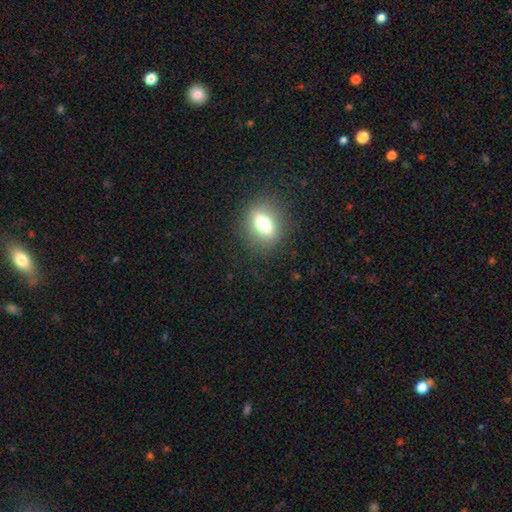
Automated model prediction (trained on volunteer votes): Smooth or featured? smooth (63%)
How rounded? in between (56%)
Merging? none (89%)